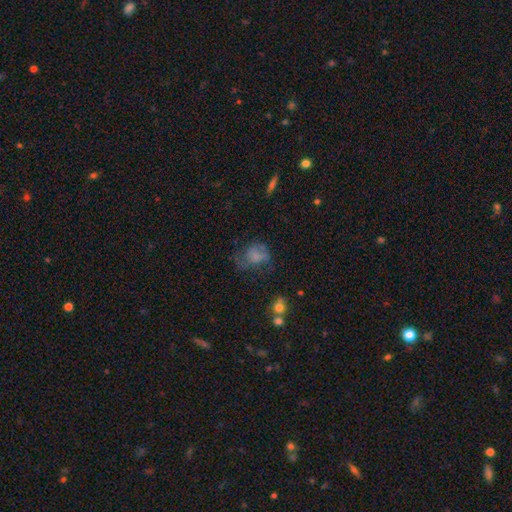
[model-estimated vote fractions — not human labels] smooth_or_featured: smooth (p=0.58) [alt: featured or disk p=0.27]
how_rounded: in between (p=0.56) [alt: round p=0.42]
merging: major disturbance (p=0.35) [alt: none p=0.34]